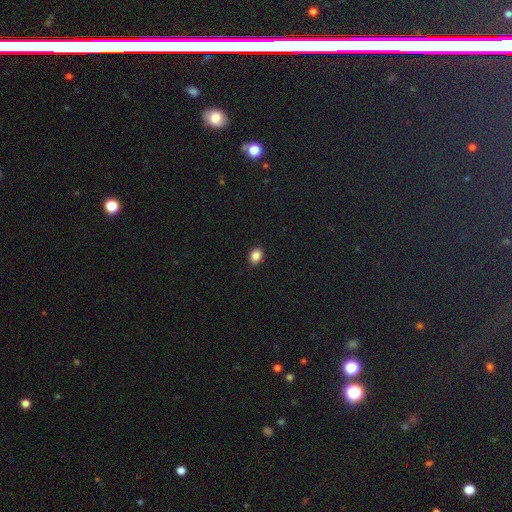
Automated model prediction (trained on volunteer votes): A smooth galaxy with no disk features (87%) that is in between round and cigar-shaped (67%). Merging: none (90%).